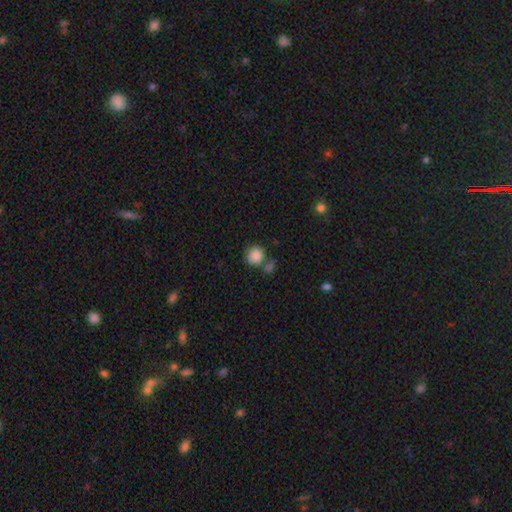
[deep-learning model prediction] Overall: smooth (86%). How rounded: round (89%). Merging: none (61%; merger 24%).